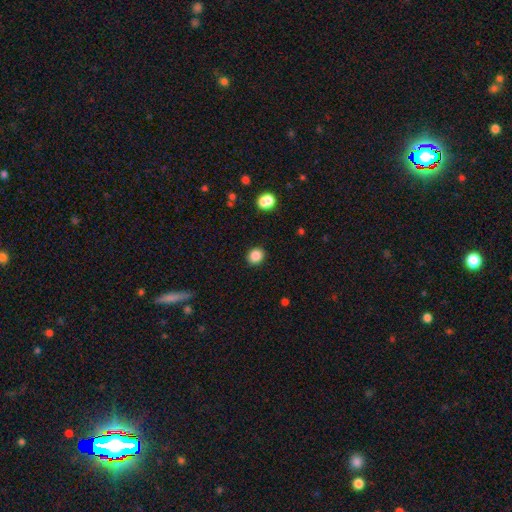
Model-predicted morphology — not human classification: Q: Smooth or featured?
A: smooth (86%); runner-up: star or artifact (10%)
Q: How rounded?
A: round (74%); runner-up: in between (25%)
Q: Merging?
A: none (90%); runner-up: minor disturbance (7%)